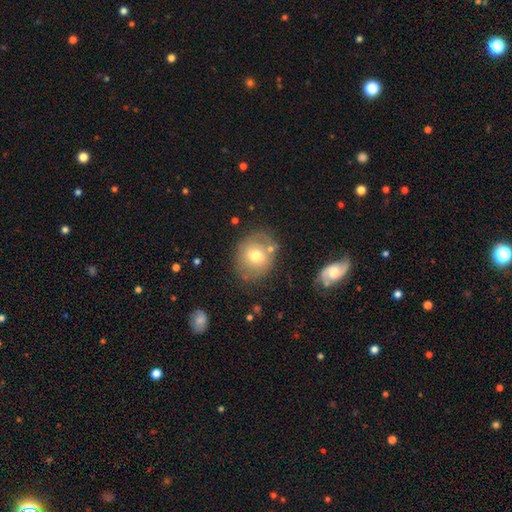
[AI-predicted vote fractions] Morphology: type=smooth (63%); roundness=round (72%); merging=none (70%).